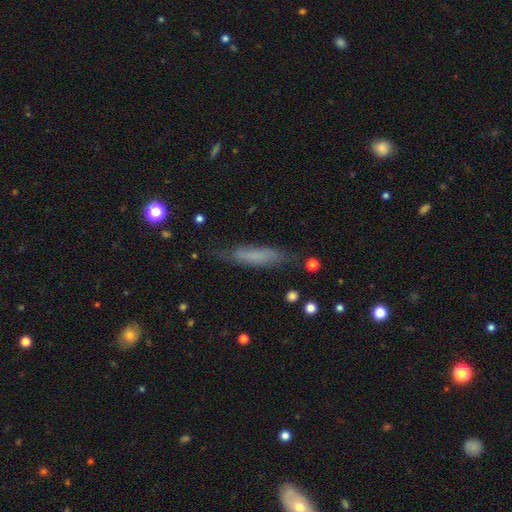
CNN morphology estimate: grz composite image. It shows a smooth galaxy with no disk features (61%) that is cigar-shaped (78%). Merging: none (70%).